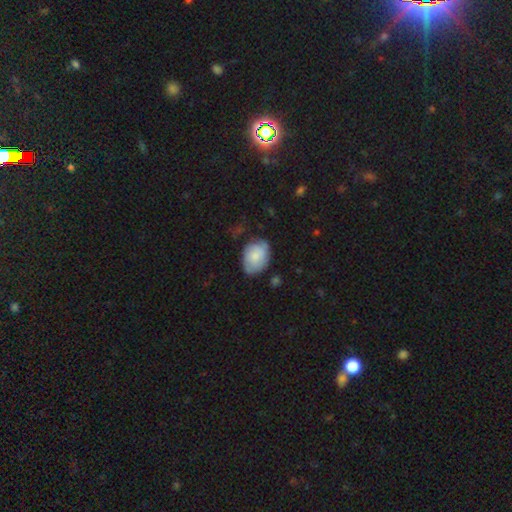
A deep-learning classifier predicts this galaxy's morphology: smooth_or_featured: smooth (p=0.72) [alt: featured or disk p=0.22]
how_rounded: in between (p=0.76) [alt: round p=0.23]
merging: none (p=0.59) [alt: minor disturbance p=0.30]